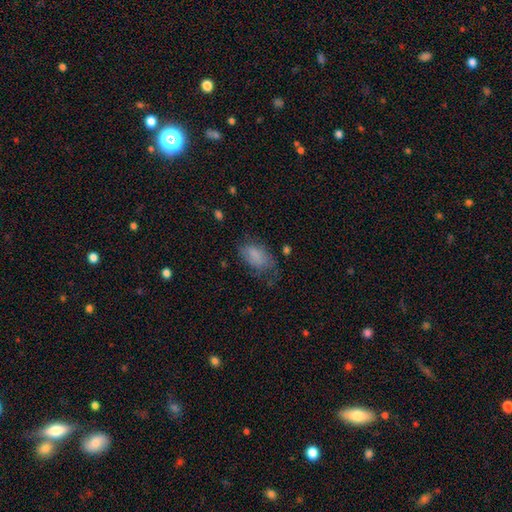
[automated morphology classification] A smooth galaxy with no disk features (74%) that is in between round and cigar-shaped (91%). Merging: none (45%).